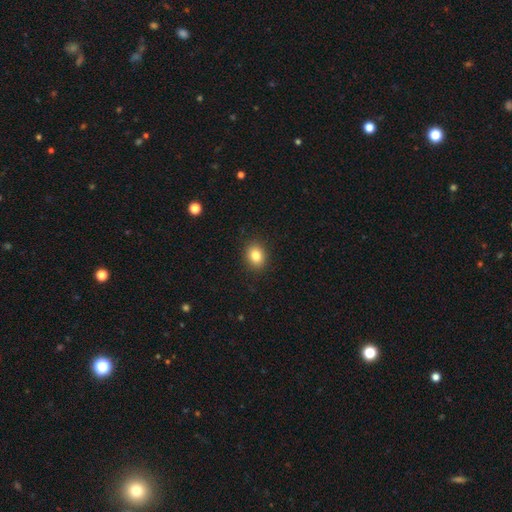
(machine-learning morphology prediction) smooth_or_featured: smooth (p=0.83) [alt: star or artifact p=0.10]
how_rounded: round (p=0.55) [alt: in between p=0.45]
merging: none (p=0.90) [alt: minor disturbance p=0.07]